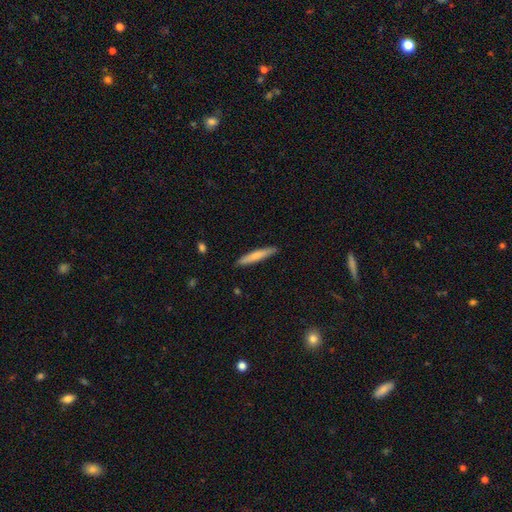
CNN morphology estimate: A smooth galaxy with no disk features (73%) that is cigar-shaped (93%).

Vote fractions:
- Smooth or featured? smooth: 73% / featured or disk: 22% / star or artifact: 5%
- How rounded? cigar-shaped: 93% / in between: 6% / round: 1%
- Merging? none: 89% / minor disturbance: 8% / major disturbance: 1% / merger: 1%